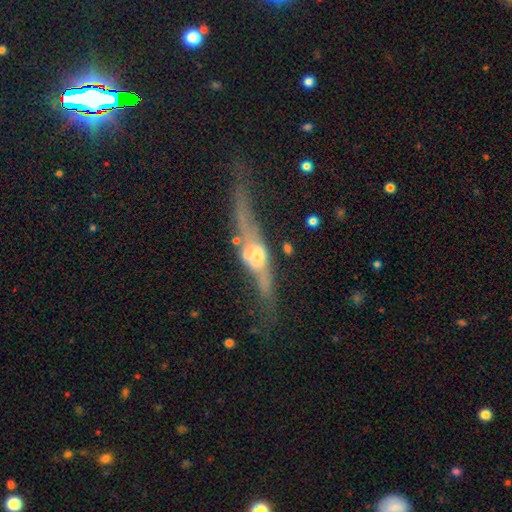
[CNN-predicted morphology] Q: Smooth or featured?
A: featured or disk (76%); runner-up: smooth (17%)
Q: Edge-on disk?
A: yes (74%); runner-up: no (26%)
Q: Edge-on bulge?
A: rounded (82%); runner-up: boxy (12%)
Q: Merging?
A: none (37%); runner-up: major disturbance (27%)